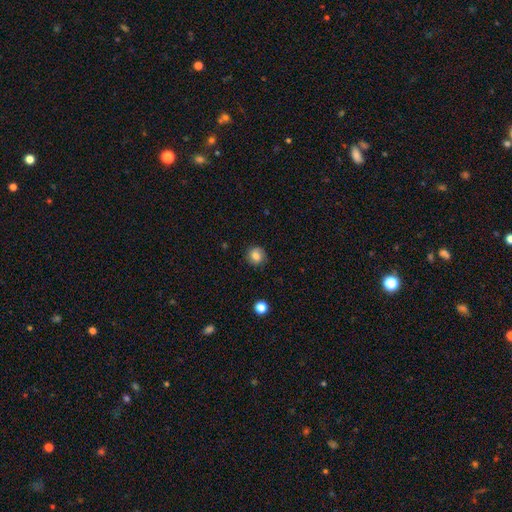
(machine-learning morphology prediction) Overall: smooth (74%). How rounded: round (88%). Merging: none (84%).